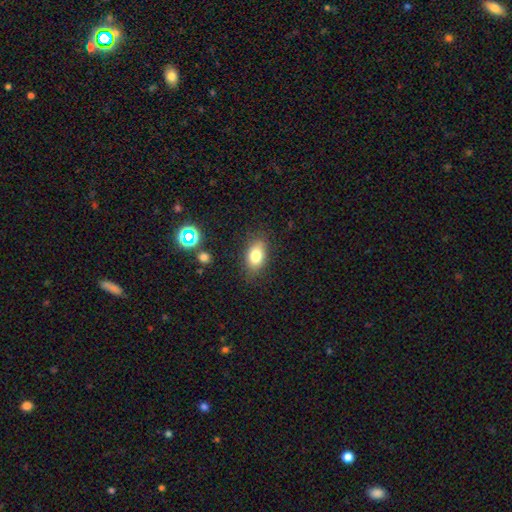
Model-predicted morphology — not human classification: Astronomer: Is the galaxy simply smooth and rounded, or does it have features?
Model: smooth — 78%.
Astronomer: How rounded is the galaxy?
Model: in between — 86%.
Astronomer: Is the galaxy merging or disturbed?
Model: none — 82%.